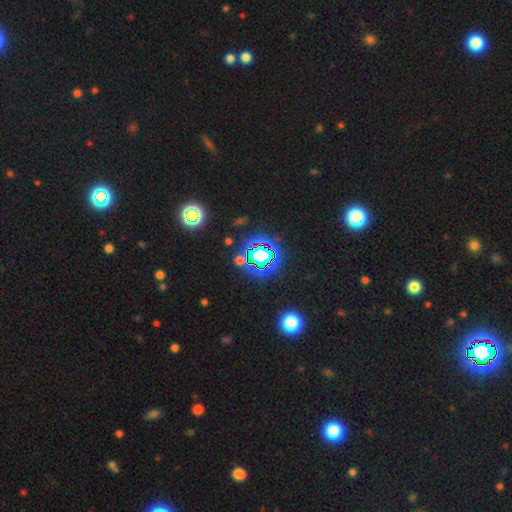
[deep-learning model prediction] Morphology: type=star or artifact (78%).